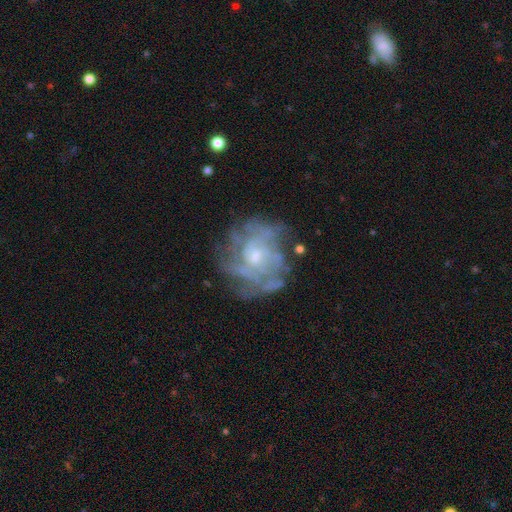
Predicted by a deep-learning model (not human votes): Morphology: type=featured or disk (78%); edge-on=no (98%); bar=no (76%); spiral arms=yes (77%); winding=tight (51%); arm count=can't tell (50%); bulge=small (53%); merging=none (66%).